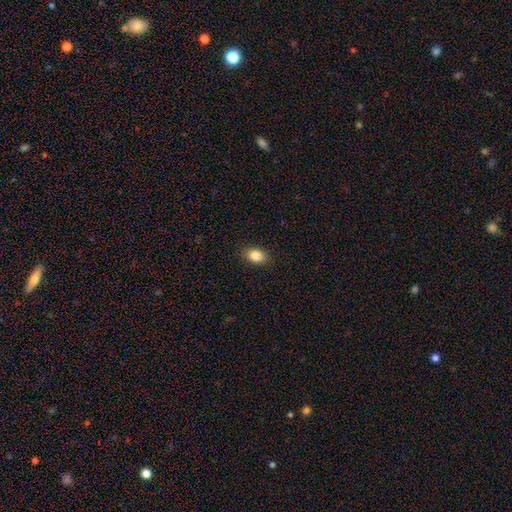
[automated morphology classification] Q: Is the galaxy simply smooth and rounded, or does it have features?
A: smooth — 85%.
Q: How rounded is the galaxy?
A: in between — 81%.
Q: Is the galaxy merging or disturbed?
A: none — 89%.